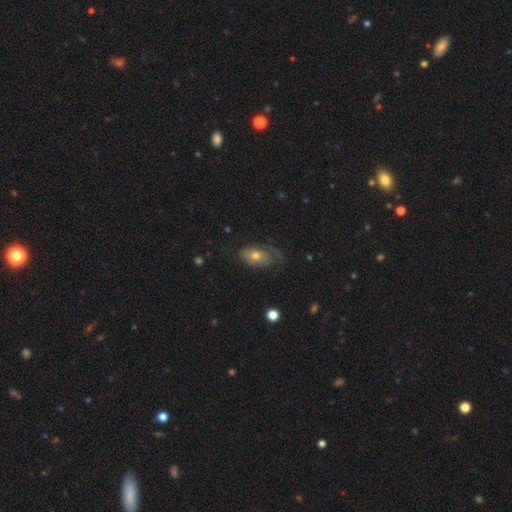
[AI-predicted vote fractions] This is possibly a featured or disk galaxy (48%). Merging: possibly none (51%).